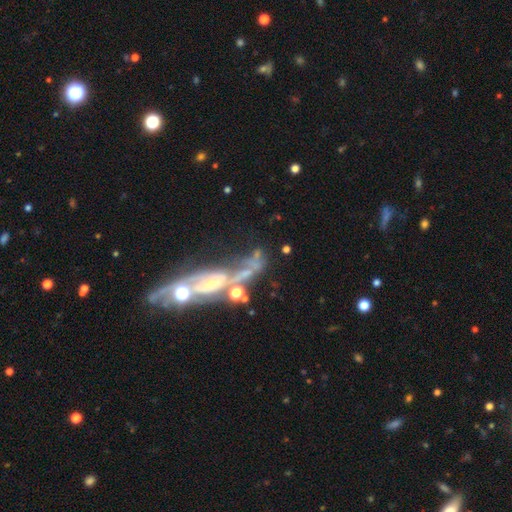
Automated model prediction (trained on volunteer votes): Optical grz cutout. It shows a featured or disk galaxy (65%). Merging: none (37%).